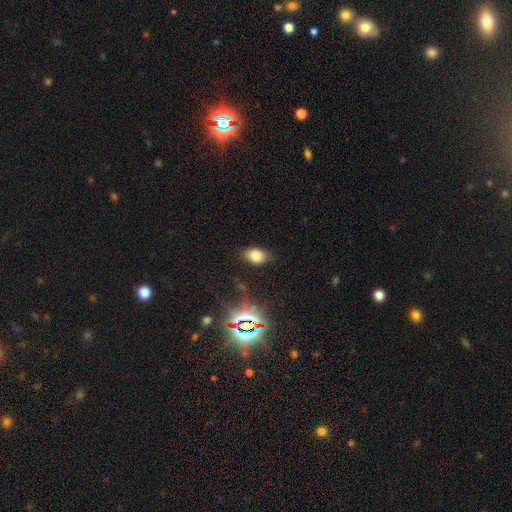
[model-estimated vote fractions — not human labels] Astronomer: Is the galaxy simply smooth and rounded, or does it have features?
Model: smooth — 75%.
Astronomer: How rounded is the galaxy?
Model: in between — 82%.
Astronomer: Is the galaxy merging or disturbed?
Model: none — 83%.